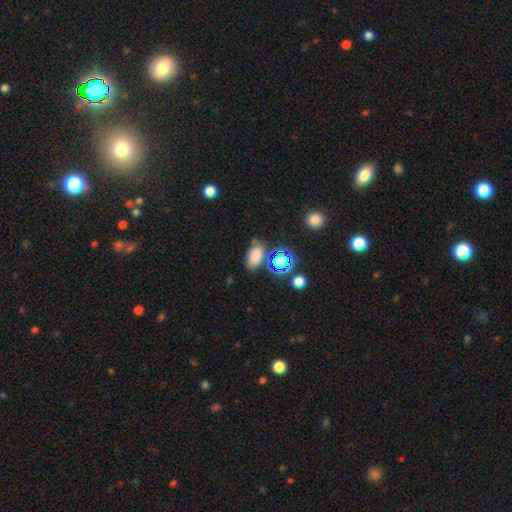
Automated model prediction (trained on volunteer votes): smooth_or_featured: smooth (p=0.75) [alt: star or artifact p=0.18]
how_rounded: in between (p=0.87) [alt: round p=0.11]
merging: none (p=0.72) [alt: minor disturbance p=0.15]